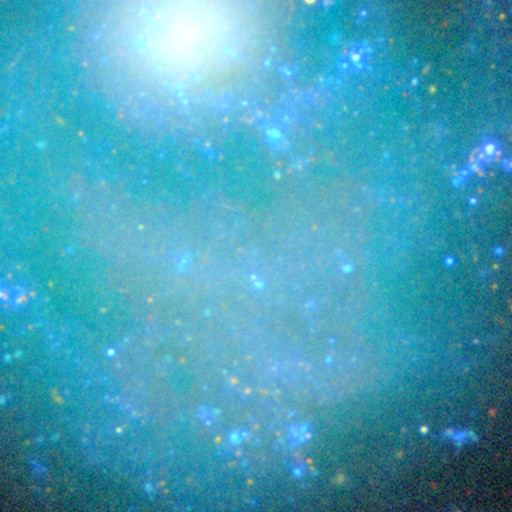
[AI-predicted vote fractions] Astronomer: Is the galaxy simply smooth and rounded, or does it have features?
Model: star or artifact — 60%.